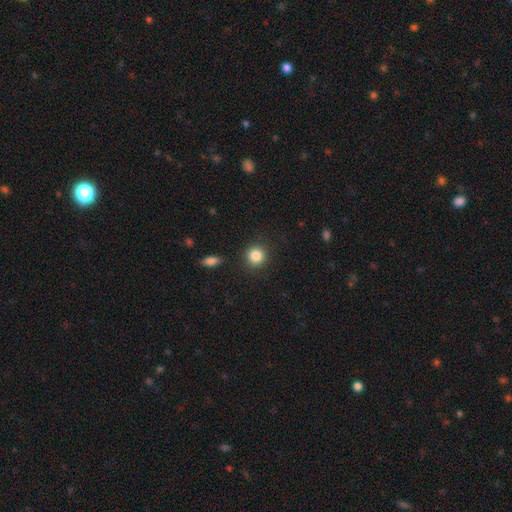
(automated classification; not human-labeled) Morphology: type=smooth (85%); roundness=round (90%); merging=none (88%).